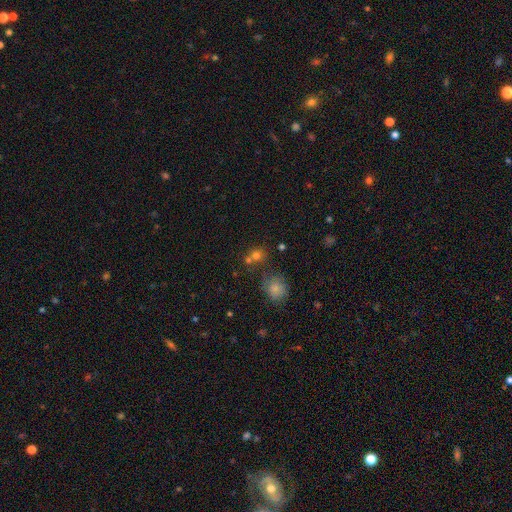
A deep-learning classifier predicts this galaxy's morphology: The model was most divided on "smooth or featured": smooth: 63%, star or artifact: 28%, featured or disk: 9%. More confident: how rounded — round (82%); merging — none (61%).